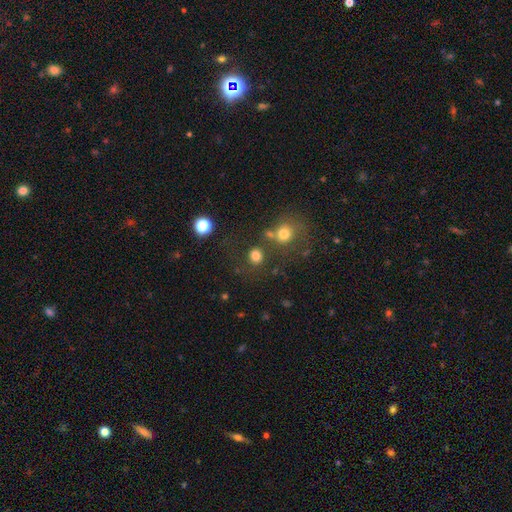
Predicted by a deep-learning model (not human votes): This appears to be a smooth galaxy with no disk features (77%) that is round (85%). Merging: none (72%).